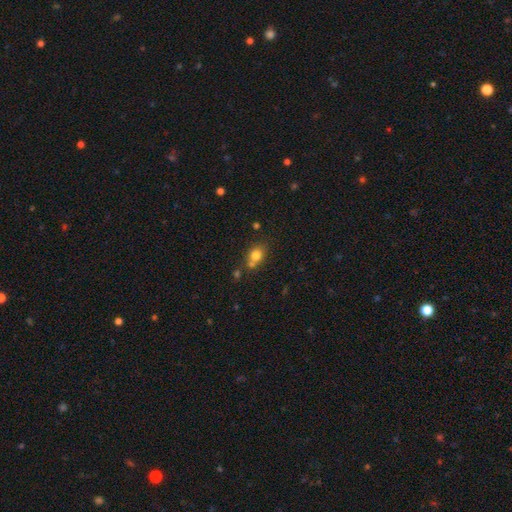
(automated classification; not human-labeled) smooth_or_featured: smooth (p=0.77) [alt: star or artifact p=0.12]
how_rounded: round (p=0.60) [alt: in between p=0.39]
merging: none (p=0.52) [alt: merger p=0.31]